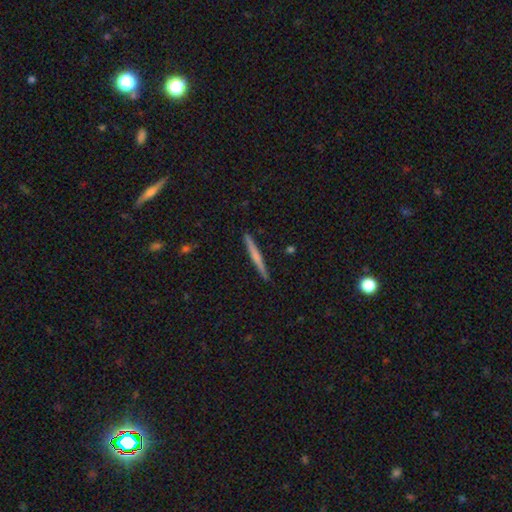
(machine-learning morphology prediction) The model was most divided on "smooth or featured": smooth: 49%, featured or disk: 45%, star or artifact: 5%. More confident: merging — none (92%).